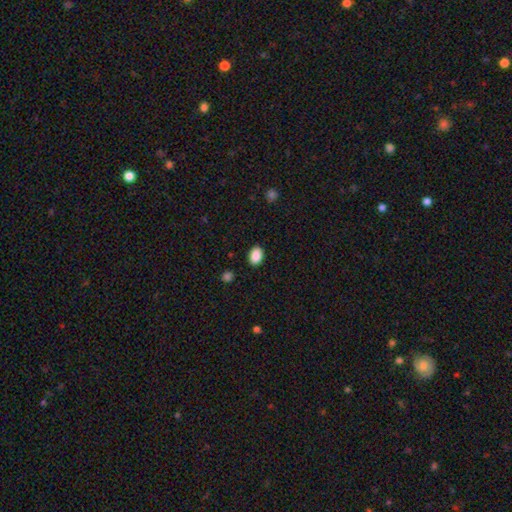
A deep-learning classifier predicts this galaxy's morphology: The model was most divided on "how rounded": in between: 80%, round: 19%, cigar-shaped: 1%. More confident: smooth or featured — smooth (89%); merging — none (89%).